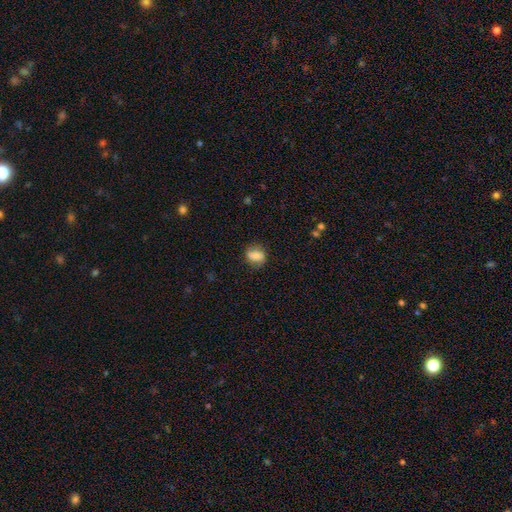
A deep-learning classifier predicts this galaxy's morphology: smooth-or-featured: smooth: 71% | featured or disk: 20% | star or artifact: 9%
  how-rounded: in between: 58% | round: 39% | cigar-shaped: 3%
  merging: none: 76% | minor disturbance: 18% | major disturbance: 5% | merger: 1%